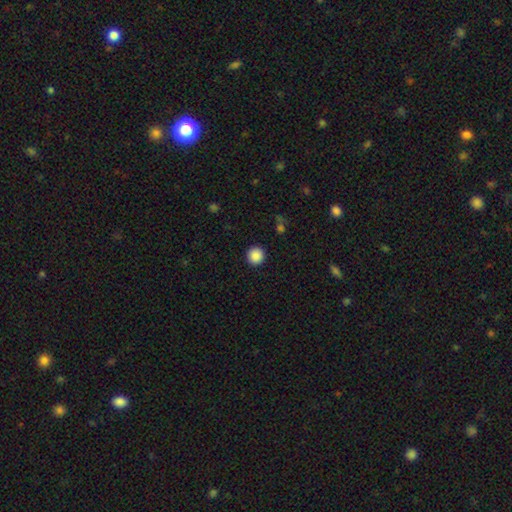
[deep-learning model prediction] The model was most divided on "smooth or featured": smooth: 88%, star or artifact: 9%, featured or disk: 3%. More confident: how rounded — round (96%); merging — none (93%).